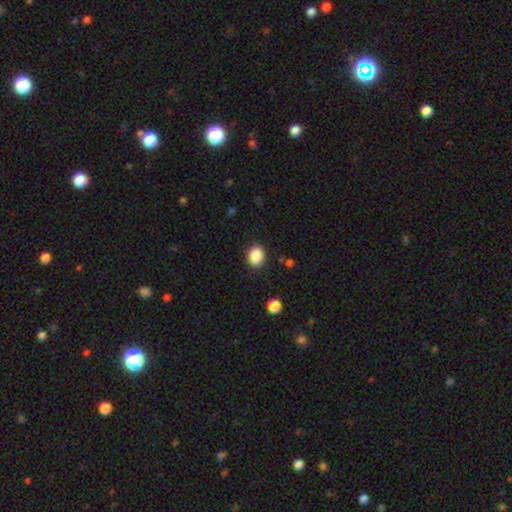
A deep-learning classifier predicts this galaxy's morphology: The model was most divided on "how rounded": round: 58%, in between: 41%, cigar-shaped: 1%. More confident: smooth or featured — smooth (88%); merging — none (88%).